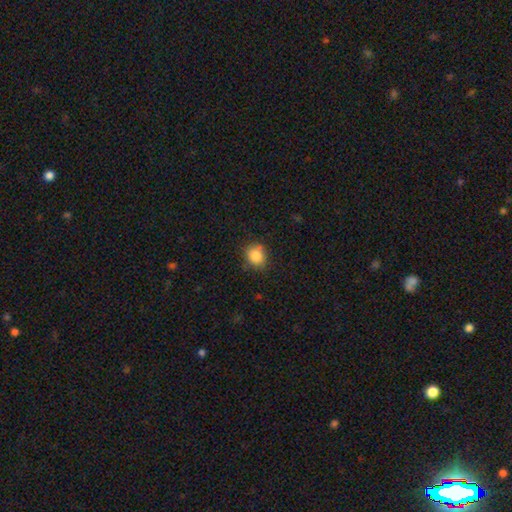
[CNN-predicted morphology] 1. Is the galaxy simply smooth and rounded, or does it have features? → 86% smooth, 10% star or artifact, 5% featured or disk.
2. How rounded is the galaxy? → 75% round, 24% in between, 1% cigar-shaped.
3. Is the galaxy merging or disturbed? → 77% none, 17% minor disturbance, 3% major disturbance, 2% merger.